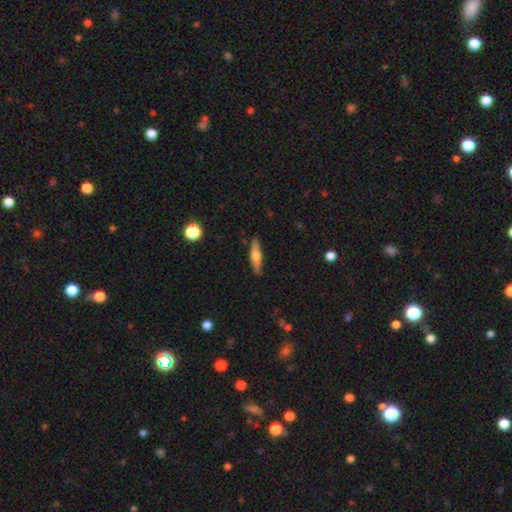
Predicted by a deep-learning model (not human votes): smooth 49%, featured or disk 44%, star or artifact 6%. Down the decision tree: merging — none (87%).